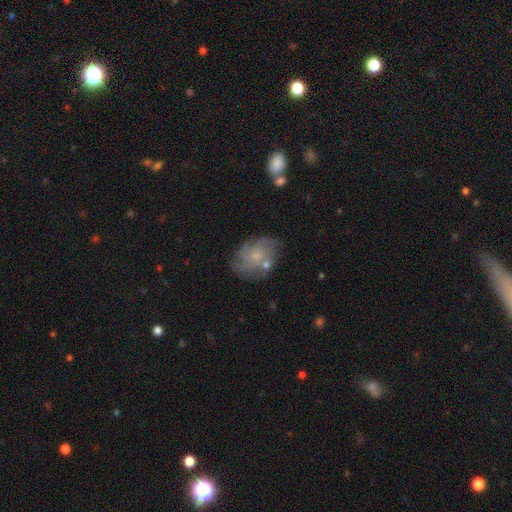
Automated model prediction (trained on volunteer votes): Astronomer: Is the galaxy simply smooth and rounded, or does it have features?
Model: featured or disk — 57% (runner-up: smooth, 34%).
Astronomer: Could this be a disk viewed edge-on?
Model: no — 97%.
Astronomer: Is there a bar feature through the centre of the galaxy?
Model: no — 80%.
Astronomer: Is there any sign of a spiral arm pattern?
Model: yes — 74%.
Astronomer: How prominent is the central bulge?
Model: small — 61%.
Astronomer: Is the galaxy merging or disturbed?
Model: none — 62%.